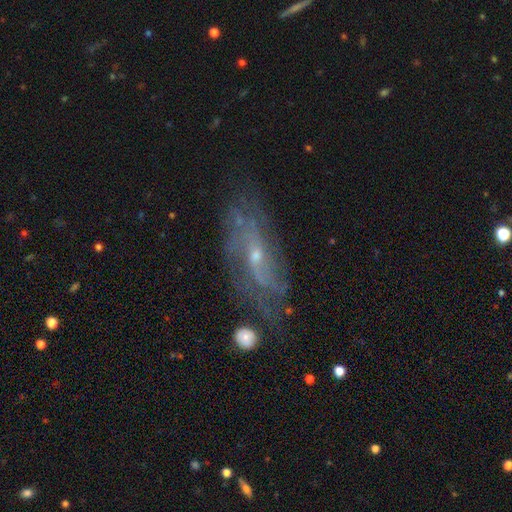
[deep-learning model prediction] A featured or disk galaxy (75%) with no bar (53%), tight (42%) spiral arms (84%) and a small central bulge (69%).

Vote fractions:
- Smooth or featured? featured or disk: 75% / smooth: 14% / star or artifact: 11%
- Edge-on disk? no: 84% / yes: 16%
- Bar? no: 53% / weak: 37% / strong: 10%
- Spiral arms? yes: 84% / no: 16%
- Spiral winding? tight: 42% / medium: 37% / loose: 22%
- Spiral arm count? can't tell: 48% / 2: 27% / 3: 9% / 4: 7% / 1: 5% / more than 4: 5%
- Bulge size? small: 69% / moderate: 26% / none: 3% / large: 1% / dominant: 1%
- Merging? none: 72% / minor disturbance: 17% / major disturbance: 7% / merger: 3%